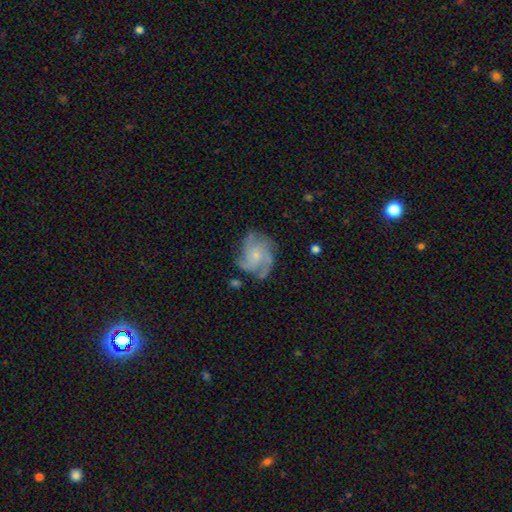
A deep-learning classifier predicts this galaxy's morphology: smooth_or_featured: featured or disk (p=0.85) [alt: smooth p=0.09]
disk_edge_on: no (p=0.98) [alt: yes p=0.02]
bar: no (p=0.77) [alt: weak p=0.20]
has_spiral_arms: yes (p=0.97) [alt: no p=0.03]
spiral_winding: medium (p=0.47) [alt: tight p=0.42]
spiral_arm_count: 4 (p=0.44) [alt: 3 p=0.28]
bulge_size: small (p=0.72) [alt: moderate p=0.22]
merging: none (p=0.72) [alt: minor disturbance p=0.19]